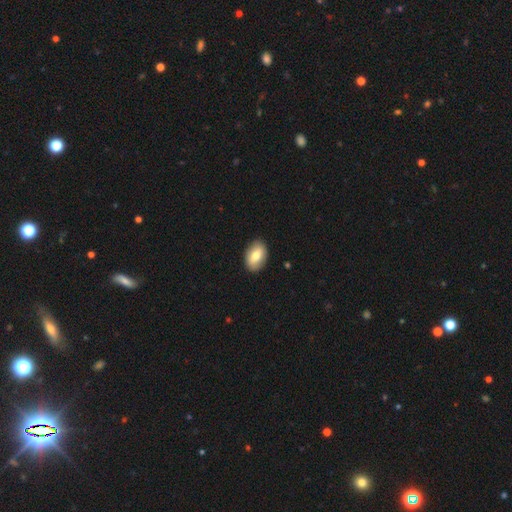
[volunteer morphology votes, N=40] Smooth or featured? smooth (60%)
How rounded? in between (88%)
Merging? none (92%)